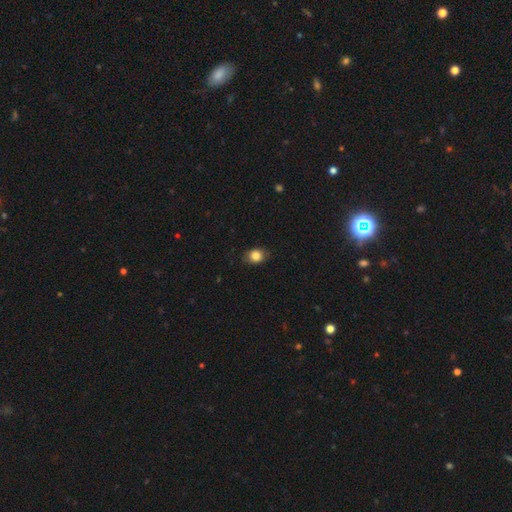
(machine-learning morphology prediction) This is clearly a smooth galaxy (84%). How rounded: possibly in between (57%). Merging: clearly none (83%).